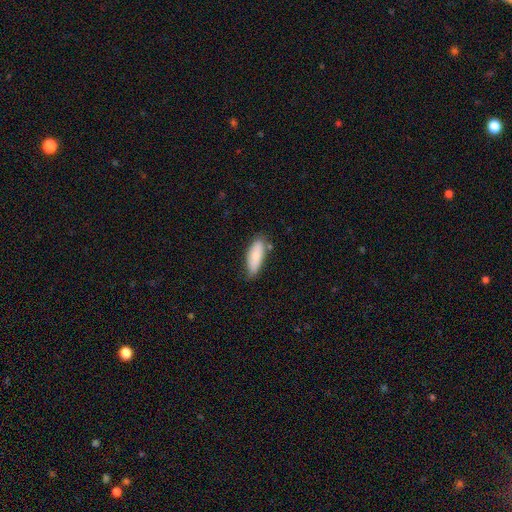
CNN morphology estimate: A smooth galaxy with no disk features (83%) that is in between round and cigar-shaped (70%). Merging: none (70%).